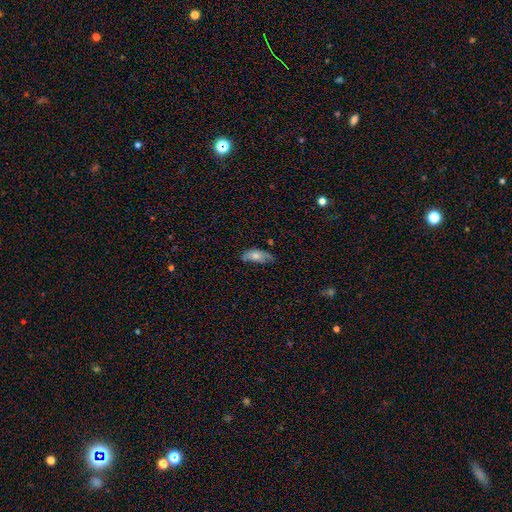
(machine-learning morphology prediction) type=smooth (68%); roundness=in between (82%); merging=none (53%).